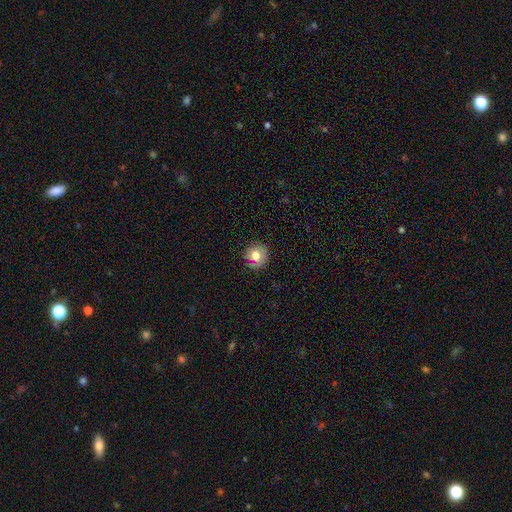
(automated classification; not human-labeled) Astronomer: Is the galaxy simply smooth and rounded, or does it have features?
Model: smooth — 74%.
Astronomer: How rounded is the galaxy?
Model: round — 91%.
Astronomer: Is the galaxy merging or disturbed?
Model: none — 83%.